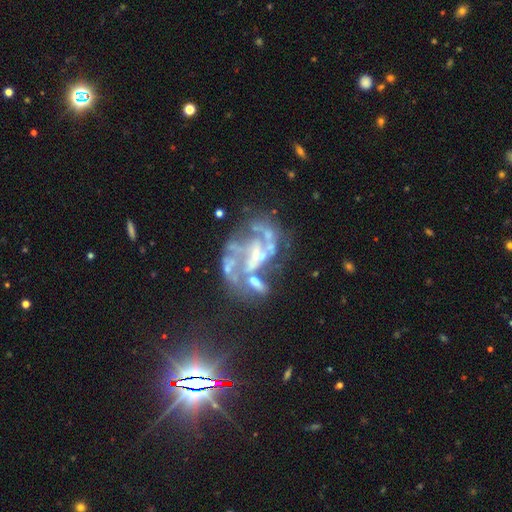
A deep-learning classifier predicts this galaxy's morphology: A featured or disk galaxy (79%) with no bar (61%), no spiral arms (50%, tied with yes) and no central bulge (40%). Merging: major disturbance (33%).